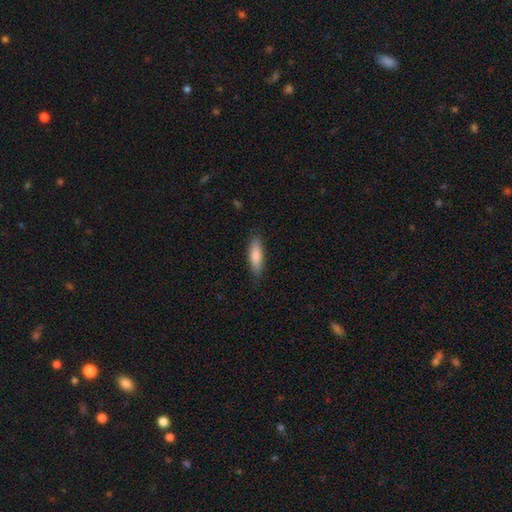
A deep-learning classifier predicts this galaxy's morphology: smooth_or_featured: smooth (p=0.83) [alt: featured or disk p=0.12]
how_rounded: cigar-shaped (p=0.56) [alt: in between p=0.42]
merging: none (p=0.85) [alt: minor disturbance p=0.12]